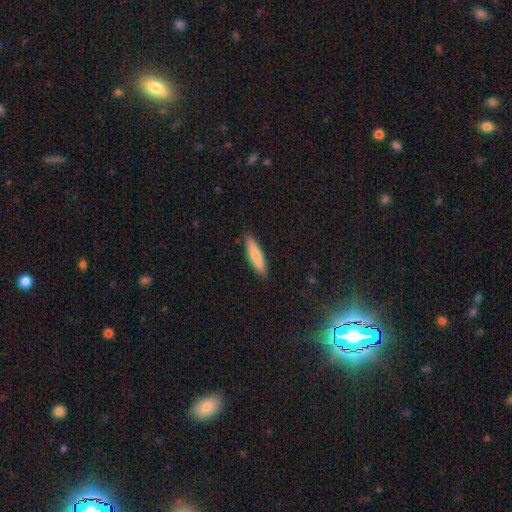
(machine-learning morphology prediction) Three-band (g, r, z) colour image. It shows a smooth galaxy with no disk features (81%) that is cigar-shaped (75%). Merging: none (88%).